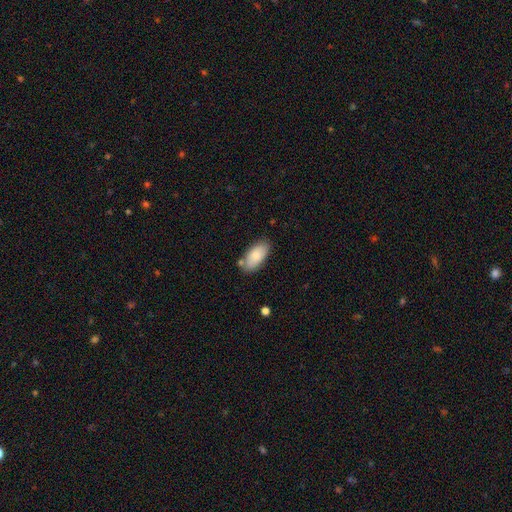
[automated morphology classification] Smooth or featured? Predicted: smooth (p=0.82). How rounded? Predicted: in between (p=0.92). Merging? Predicted: none (p=0.74).